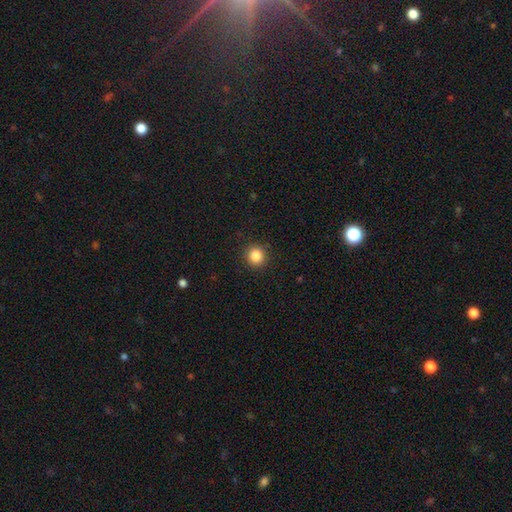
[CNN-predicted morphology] Smooth or featured: smooth — 85% (star or artifact — 11%)
How rounded: round — 91% (in between — 8%)
Merging: none — 92% (minor disturbance — 6%)